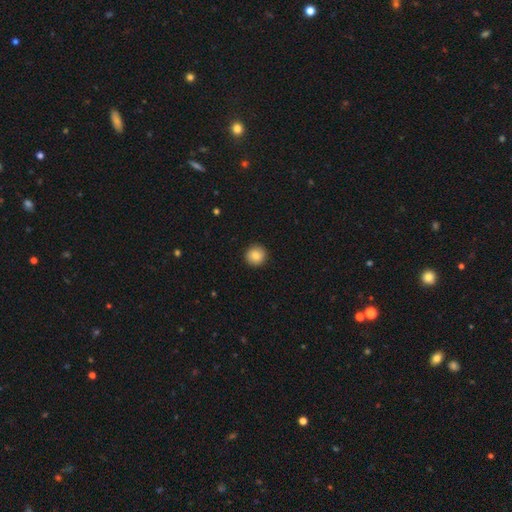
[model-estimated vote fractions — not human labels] The model was most divided on "smooth or featured": smooth: 84%, star or artifact: 8%, featured or disk: 7%. More confident: how rounded — round (94%); merging — none (92%).